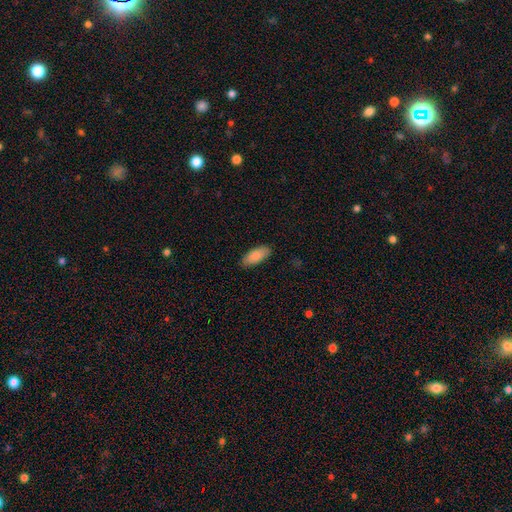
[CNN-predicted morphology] This appears to be a smooth galaxy with no disk features (87%) that is in between round and cigar-shaped (87%). Merging: none (86%).